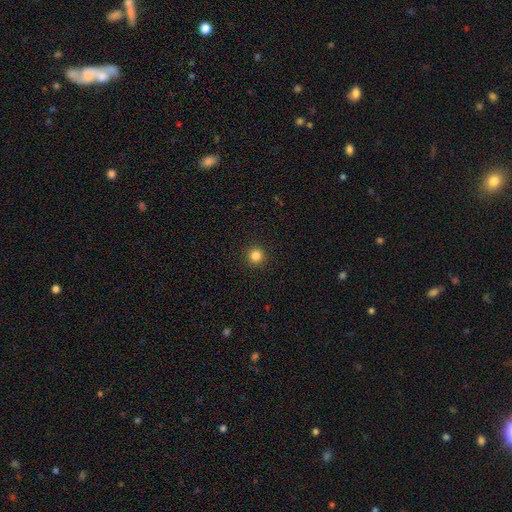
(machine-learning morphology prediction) A smooth galaxy with no disk features (83%) that is round (96%).

Vote fractions:
- Smooth or featured? smooth: 83% / star or artifact: 13% / featured or disk: 4%
- How rounded? round: 96% / in between: 3% / cigar-shaped: 1%
- Merging? none: 93% / minor disturbance: 4% / major disturbance: 2% / merger: 1%